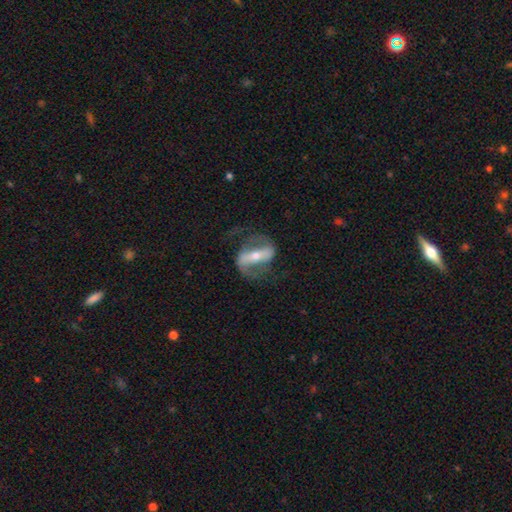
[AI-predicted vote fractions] A featured or disk galaxy (83%) with a strong bar (74%), 2 (89%) medium (48%) spiral arms (84%) and a small central bulge (47%).

Vote fractions:
- Smooth or featured? featured or disk: 83% / smooth: 11% / star or artifact: 5%
- Edge-on disk? no: 88% / yes: 12%
- Bar? strong: 74% / weak: 17% / no: 9%
- Spiral arms? yes: 84% / no: 16%
- Spiral winding? medium: 48% / loose: 35% / tight: 17%
- Spiral arm count? 2: 89% / can't tell: 5% / 1: 3% / 3: 1% / 4: 1% / more than 4: 1%
- Bulge size? small: 47% / moderate: 46% / large: 4% / none: 2% / dominant: 1%
- Merging? none: 69% / major disturbance: 16% / minor disturbance: 14% / merger: 2%